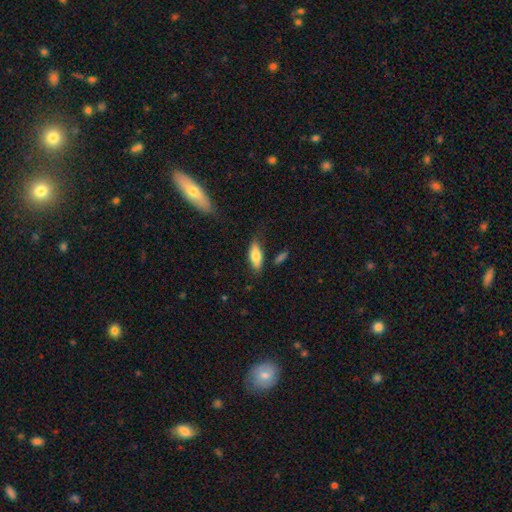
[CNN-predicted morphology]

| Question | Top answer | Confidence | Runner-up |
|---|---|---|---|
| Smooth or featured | smooth | 75% | featured or disk (18%) |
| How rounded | in between | 77% | cigar-shaped (20%) |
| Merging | none | 70% | minor disturbance (20%) |